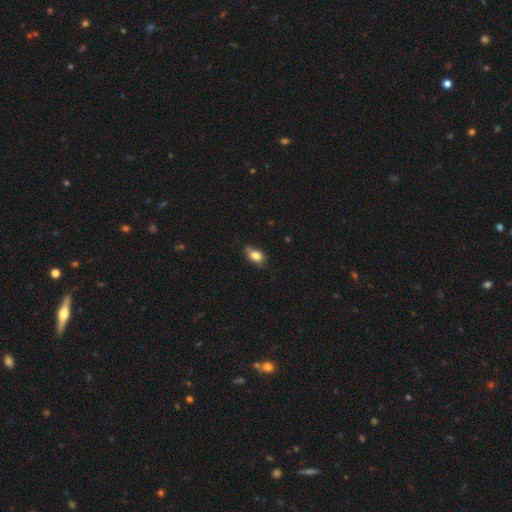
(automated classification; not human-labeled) smooth 82%, star or artifact 9%, featured or disk 9%. Down the decision tree: how rounded — in between (77%); merging — none (58%).